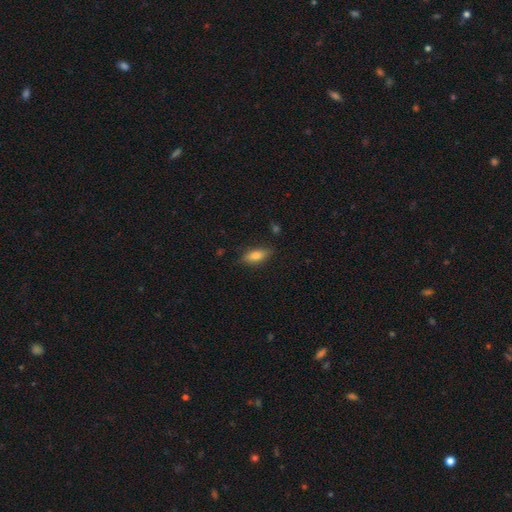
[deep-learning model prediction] The model was most divided on "how rounded": in between: 75%, cigar-shaped: 22%, round: 3%. More confident: merging — none (81%); smooth or featured — smooth (79%).